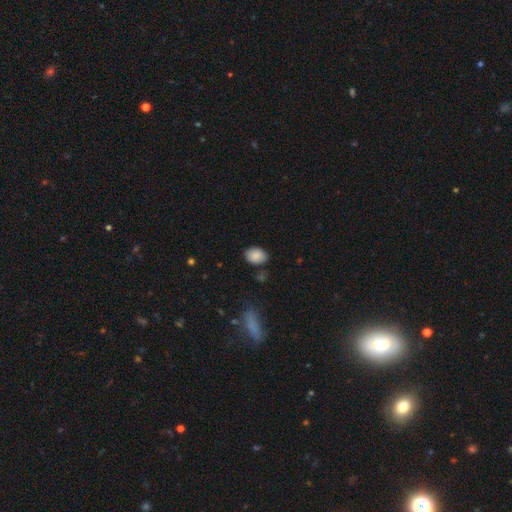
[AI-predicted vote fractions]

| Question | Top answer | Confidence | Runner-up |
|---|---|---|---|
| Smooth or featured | smooth | 87% | star or artifact (8%) |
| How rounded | in between | 78% | round (21%) |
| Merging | none | 80% | minor disturbance (14%) |